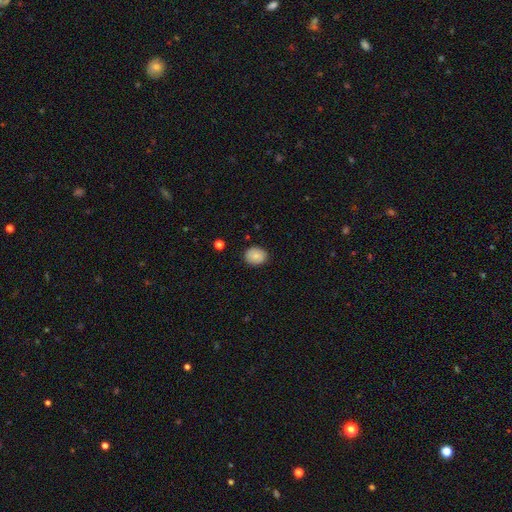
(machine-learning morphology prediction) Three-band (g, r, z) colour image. It shows a smooth galaxy with no disk features (80%) that is round (54%). Merging: none (83%).